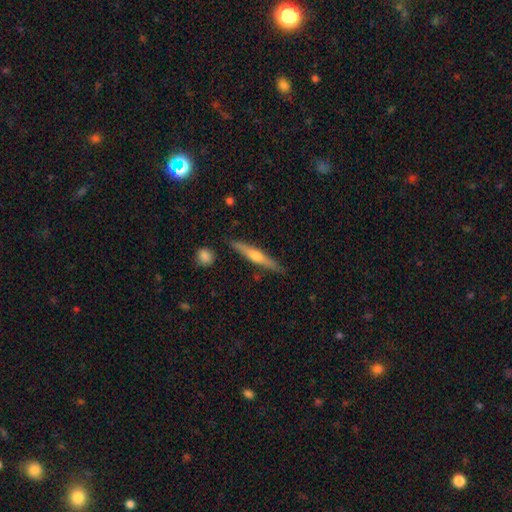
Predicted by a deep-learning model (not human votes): smooth-or-featured: featured or disk: 60% | smooth: 34% | star or artifact: 6%
  disk-edge-on: yes: 97% | no: 3%
    edge-on-bulge: rounded: 87% | none: 8% | boxy: 5%
  merging: none: 86% | minor disturbance: 9% | merger: 2% | major disturbance: 2%